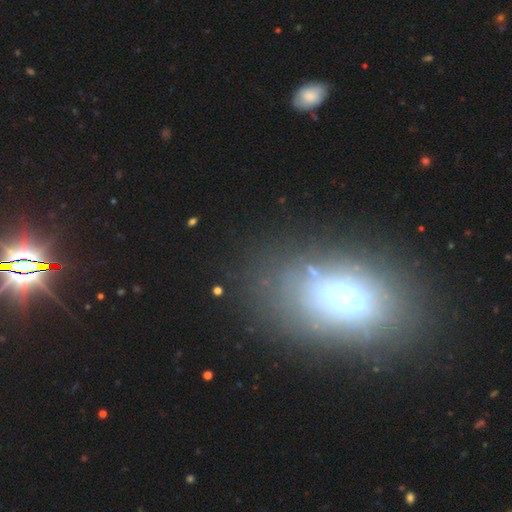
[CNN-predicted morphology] This appears to be a smooth galaxy with no disk features (45%). Merging: none (69%).